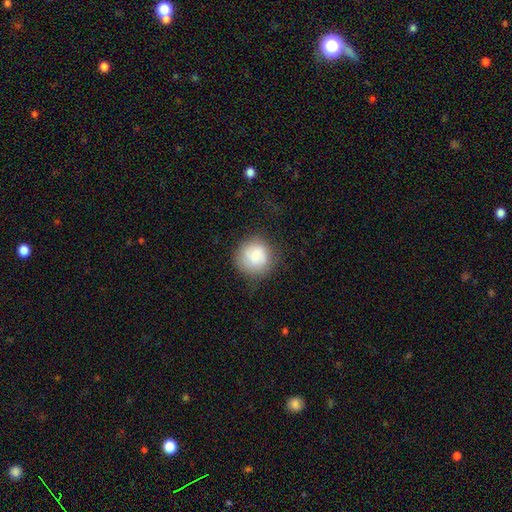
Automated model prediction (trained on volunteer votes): Smooth or featured? smooth (72%)
How rounded? round (92%)
Merging? none (71%)